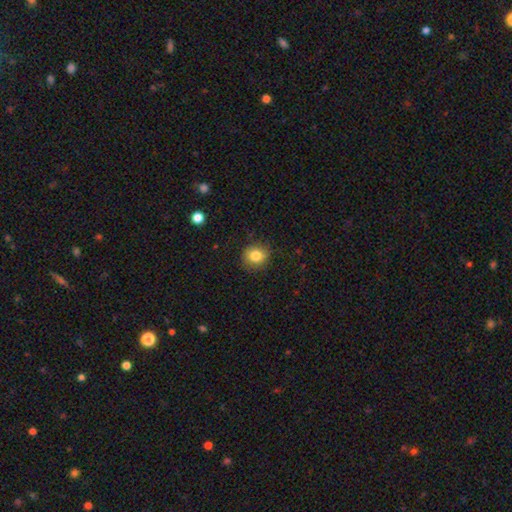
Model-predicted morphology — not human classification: Smooth or featured? smooth (83%)
How rounded? round (80%)
Merging? none (86%)